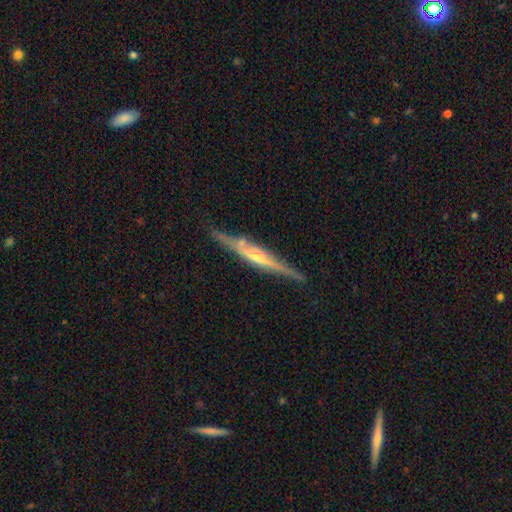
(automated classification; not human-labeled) This is likely a featured or disk galaxy (75%). It is clearly viewed edge-on (96%). Edge-on bulge: possibly rounded (57%). Merging: clearly none (81%).